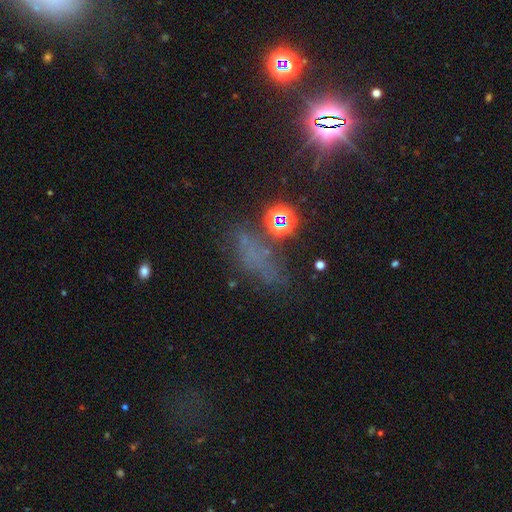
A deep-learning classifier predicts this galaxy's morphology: This appears to be a star or artifact, not a galaxy (50%).